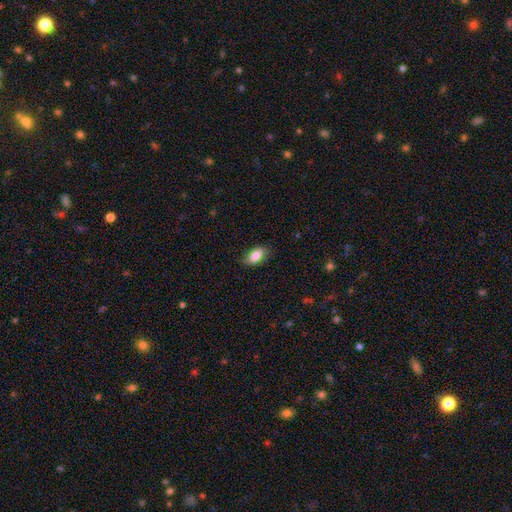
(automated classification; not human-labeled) A smooth galaxy with no disk features (82%) that is in between round and cigar-shaped (90%). Merging: none (77%).